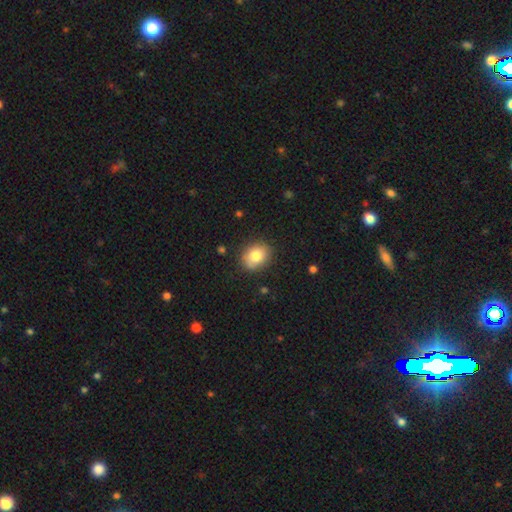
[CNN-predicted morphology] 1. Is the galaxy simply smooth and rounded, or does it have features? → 80% smooth, 11% featured or disk, 9% star or artifact.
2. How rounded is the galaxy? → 52% in between, 48% round, 1% cigar-shaped.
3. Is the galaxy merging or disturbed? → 82% none, 13% minor disturbance, 3% major disturbance, 2% merger.